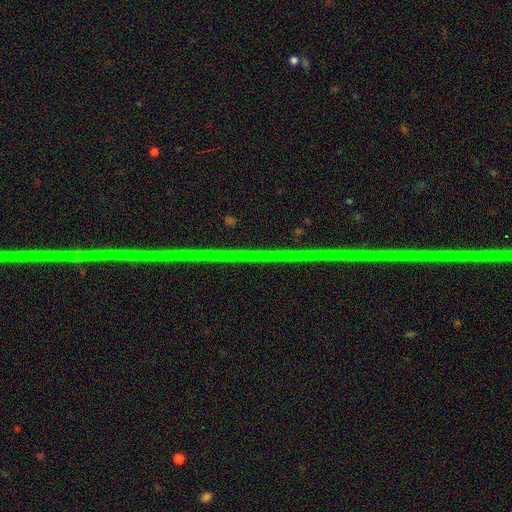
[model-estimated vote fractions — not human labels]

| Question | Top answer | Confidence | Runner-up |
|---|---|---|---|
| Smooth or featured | star or artifact | 86% | featured or disk (9%) |